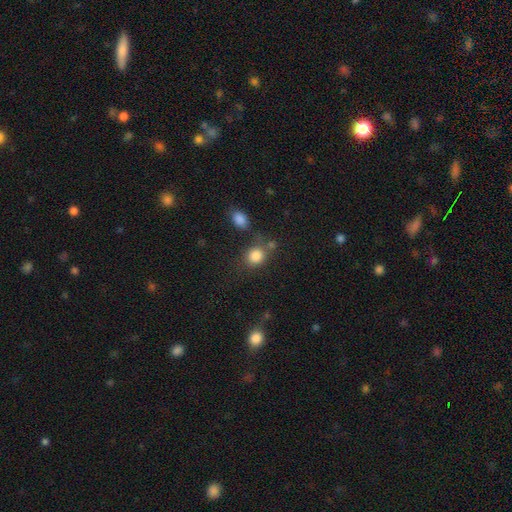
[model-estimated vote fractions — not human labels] This is clearly a smooth galaxy (83%). How rounded: likely round (72%). Merging: likely none (63%).